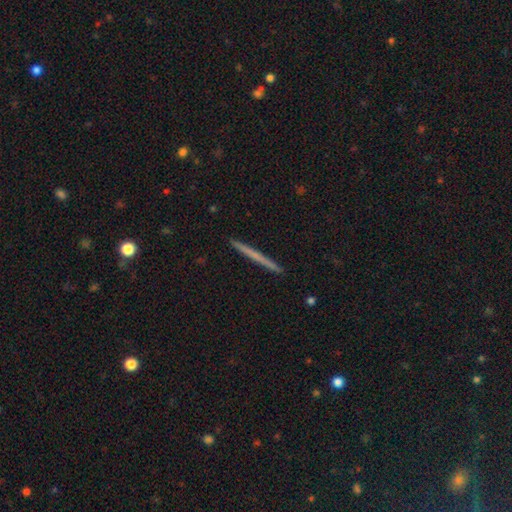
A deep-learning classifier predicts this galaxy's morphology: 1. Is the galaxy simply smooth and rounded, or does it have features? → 49% smooth, 45% featured or disk, 6% star or artifact.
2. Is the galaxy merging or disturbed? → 93% none, 5% minor disturbance, 1% major disturbance, 1% merger.